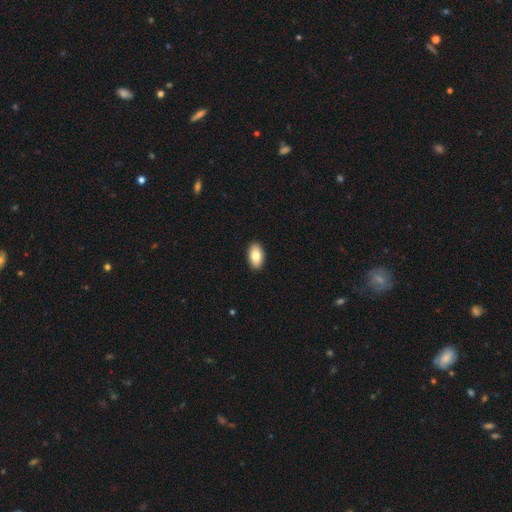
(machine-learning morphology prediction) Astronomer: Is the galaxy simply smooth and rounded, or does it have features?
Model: smooth — 81%.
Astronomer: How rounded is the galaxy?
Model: in between — 93%.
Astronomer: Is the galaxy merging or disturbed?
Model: none — 91%.